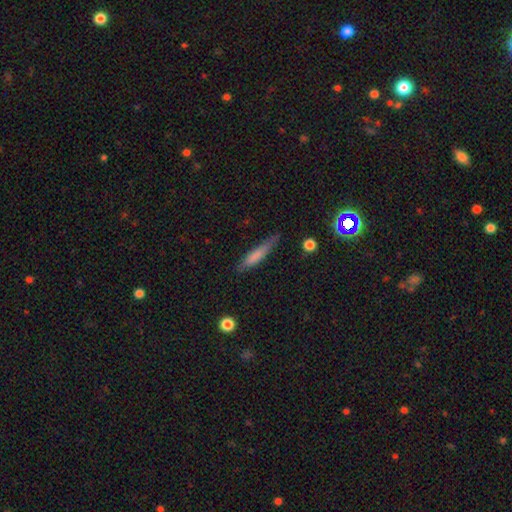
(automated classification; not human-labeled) Smooth or featured?
  - smooth: 71% *
  - featured or disk: 22%
  - star or artifact: 7%
How rounded?
  - cigar-shaped: 87% *
  - in between: 11%
  - round: 2%
Merging?
  - none: 72% *
  - minor disturbance: 21%
  - major disturbance: 5%
  - merger: 2%